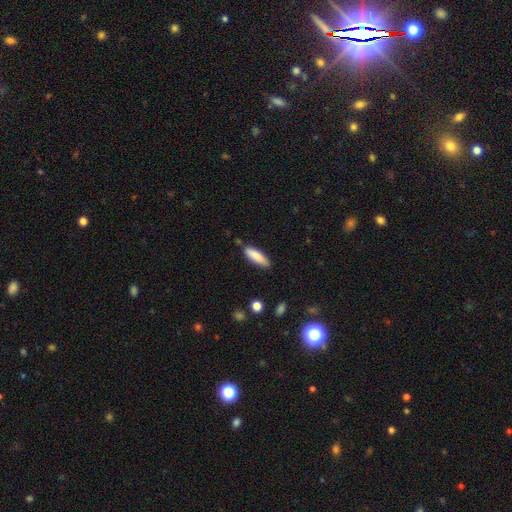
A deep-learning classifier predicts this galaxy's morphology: This appears to be a smooth galaxy with no disk features (86%) that is cigar-shaped (52%). Merging: none (83%).